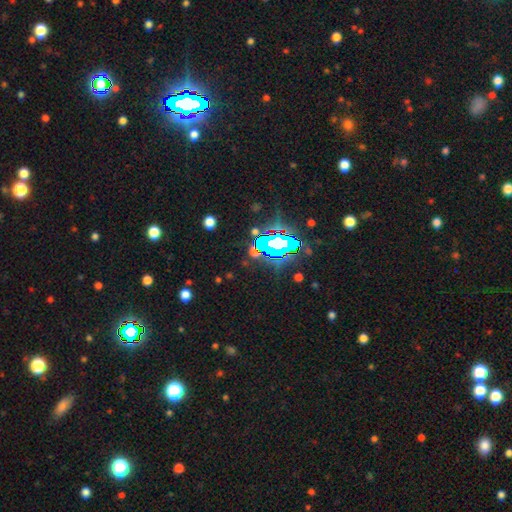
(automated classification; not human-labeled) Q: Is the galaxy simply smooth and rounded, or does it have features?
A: star or artifact — 81%.